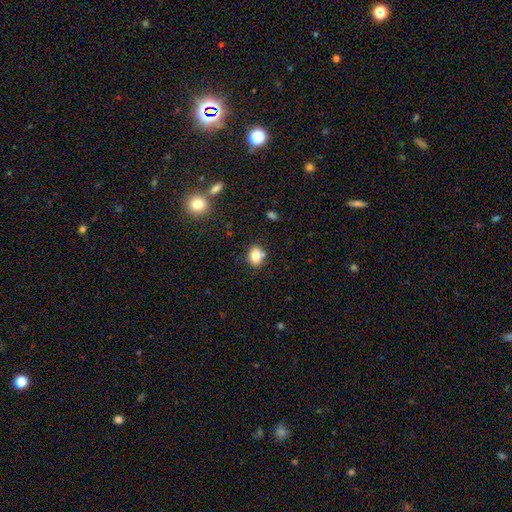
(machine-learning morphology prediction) Smooth or featured?
  - smooth: 80% *
  - star or artifact: 11%
  - featured or disk: 9%
How rounded?
  - round: 58% *
  - in between: 41%
  - cigar-shaped: 1%
Merging?
  - none: 75% *
  - minor disturbance: 13%
  - merger: 9%
  - major disturbance: 3%